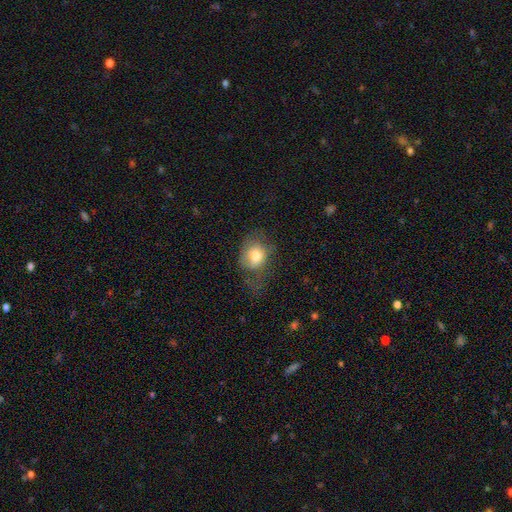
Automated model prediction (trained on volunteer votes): Q: Smooth or featured?
A: smooth (72%); runner-up: featured or disk (19%)
Q: How rounded?
A: in between (57%); runner-up: round (41%)
Q: Merging?
A: none (36%); runner-up: major disturbance (34%)